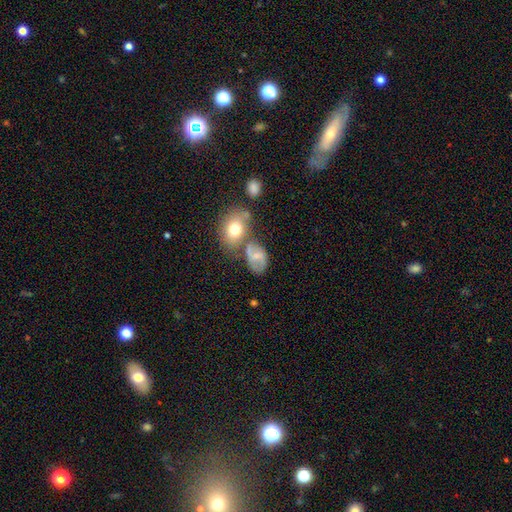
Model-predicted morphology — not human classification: The model was most divided on "smooth or featured": smooth: 50%, featured or disk: 39%, star or artifact: 10%. Remaining: how rounded — in between (80%); merging — none (44%).